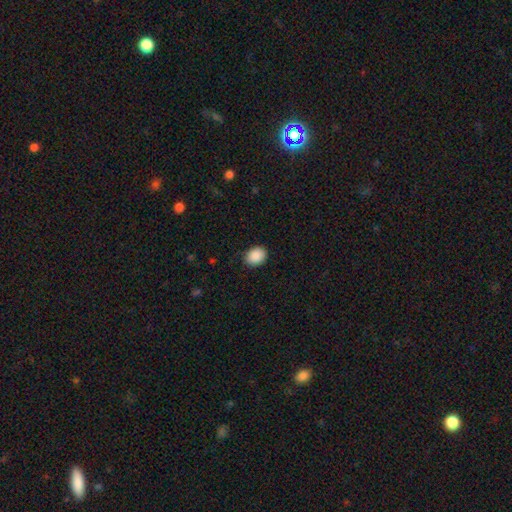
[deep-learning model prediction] smooth_or_featured: smooth (p=0.90) [alt: star or artifact p=0.07]
how_rounded: in between (p=0.60) [alt: round p=0.39]
merging: none (p=0.87) [alt: minor disturbance p=0.10]